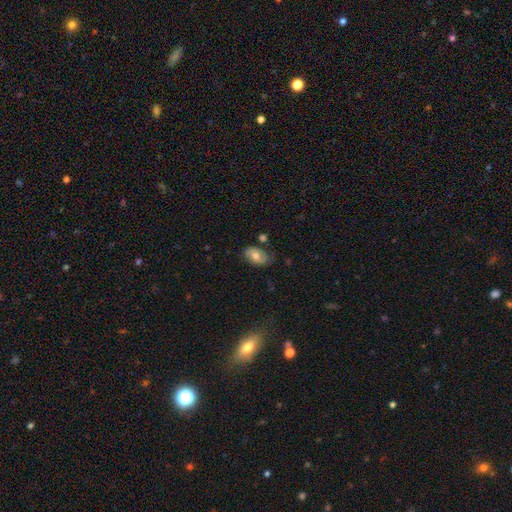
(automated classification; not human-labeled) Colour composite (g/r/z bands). It shows a smooth galaxy with no disk features (57%) that is in between round and cigar-shaped (89%). Merging: none (72%).